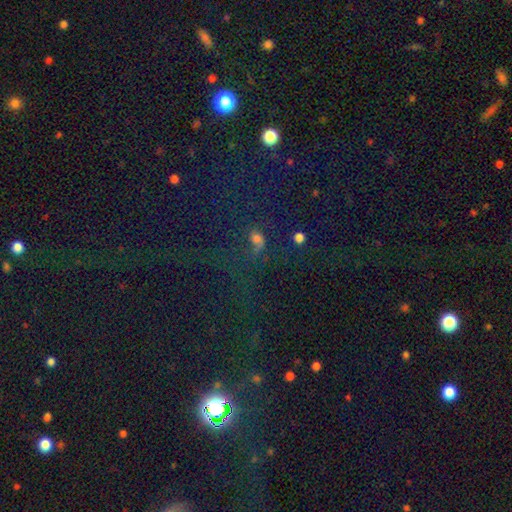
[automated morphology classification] Overall: star or artifact (65%; smooth 26%).